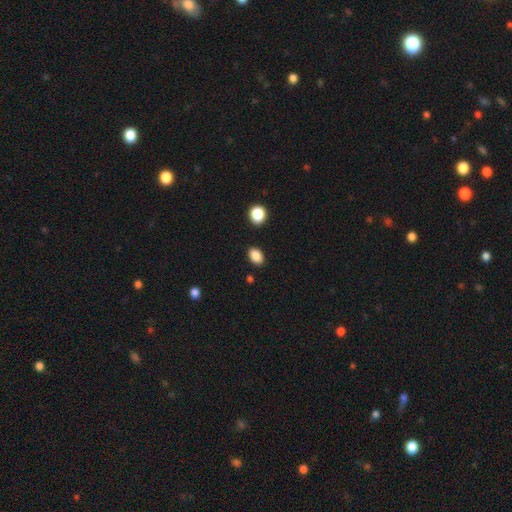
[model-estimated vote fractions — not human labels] A smooth galaxy with no disk features (87%) that is in between round and cigar-shaped (83%). Merging: none (87%).